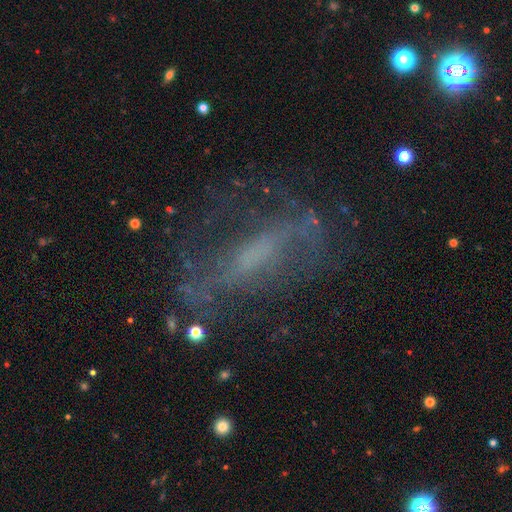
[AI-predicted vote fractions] Overall: featured or disk (65%). Edge-on disk: no (78%). Bar: weak (35%; strong 34%). Spiral arms: yes (61%; no 39%). Bulge size: none (40%; small 34%). Merging: none (59%).